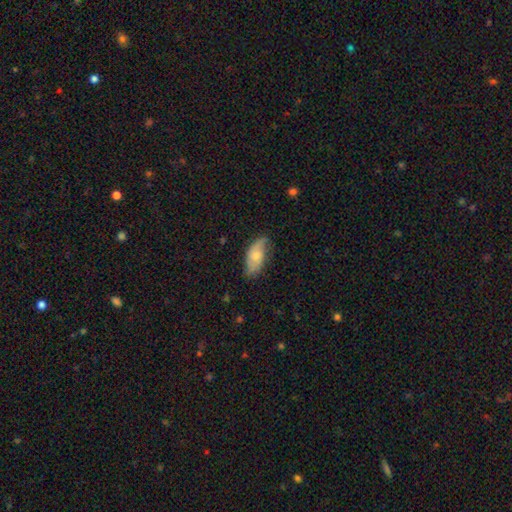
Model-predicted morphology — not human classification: Smooth or featured: smooth — 57% (featured or disk — 36%)
How rounded: in between — 90% (cigar-shaped — 7%)
Merging: none — 65% (minor disturbance — 27%)